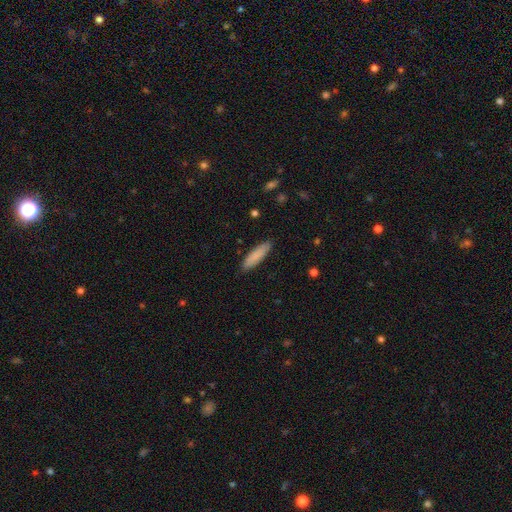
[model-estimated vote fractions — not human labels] Smooth or featured? smooth (85%)
How rounded? cigar-shaped (69%)
Merging? none (88%)